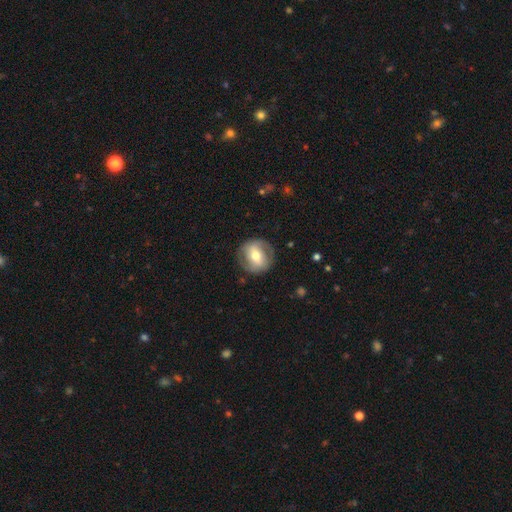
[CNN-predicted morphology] Smooth or featured? featured or disk (53%)
Edge-on disk? no (94%)
Bar? strong (38%)
Spiral arms? yes (51%)
Bulge size? moderate (71%)
Merging? none (82%)